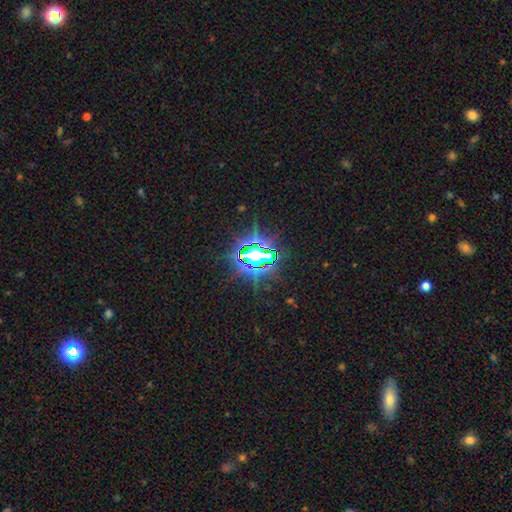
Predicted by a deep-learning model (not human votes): This appears to be a star or artifact, not a galaxy (78%).